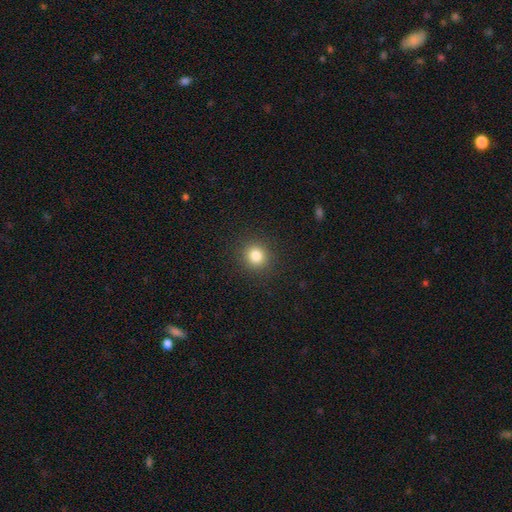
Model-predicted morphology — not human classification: type=smooth (83%); roundness=round (89%); merging=none (91%).